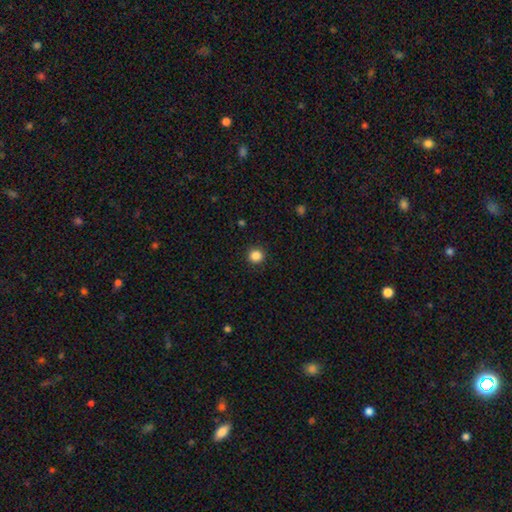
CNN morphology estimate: type=smooth (86%); roundness=round (94%); merging=none (92%).